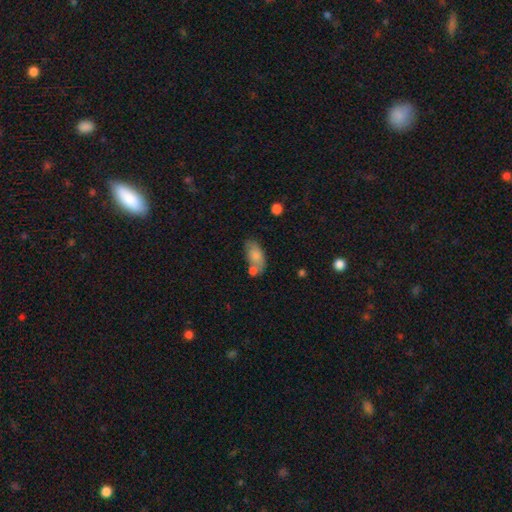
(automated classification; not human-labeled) Smooth or featured? Predicted: smooth (p=0.77). How rounded? Predicted: in between (p=0.92). Merging? Predicted: none (p=0.48).